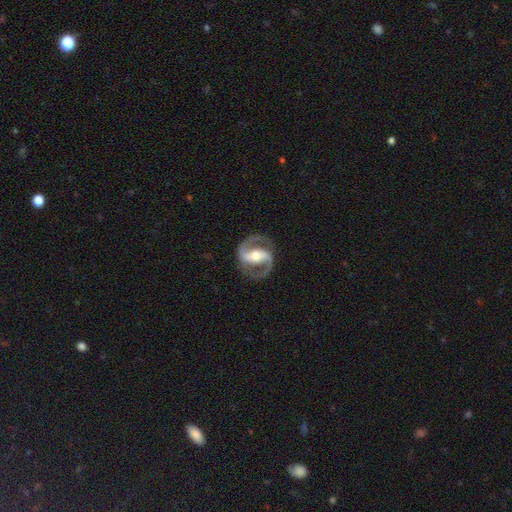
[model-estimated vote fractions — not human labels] Smooth or featured? featured or disk (92%)
Edge-on disk? no (97%)
Bar? strong (56%)
Spiral arms? yes (97%)
Spiral winding? medium (61%)
Spiral arm count? 2 (94%)
Bulge size? moderate (67%)
Merging? none (85%)